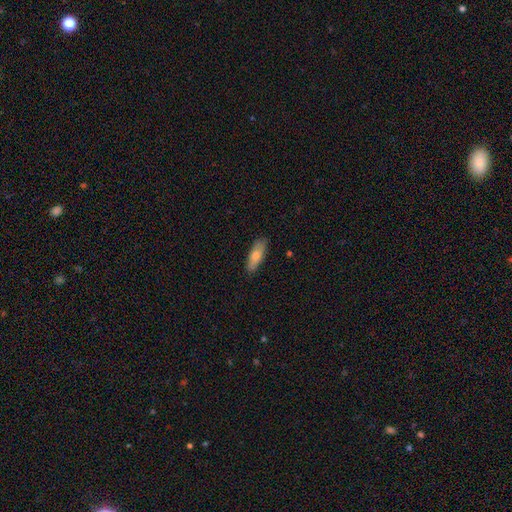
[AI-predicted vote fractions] This is likely a smooth galaxy (71%). How rounded: possibly in between (52%). Merging: clearly none (86%).